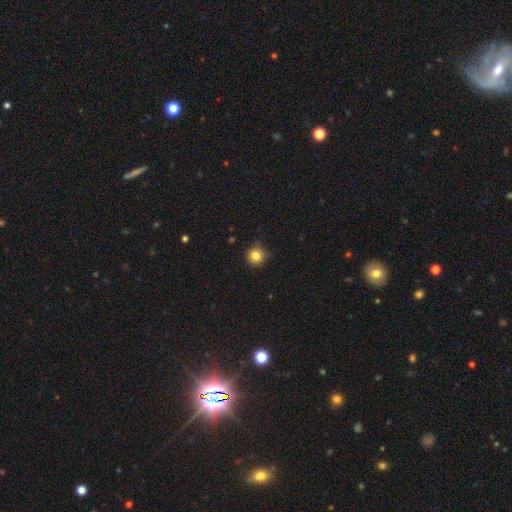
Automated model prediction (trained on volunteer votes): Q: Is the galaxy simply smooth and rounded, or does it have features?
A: smooth — 83%.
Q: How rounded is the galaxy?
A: round — 95%.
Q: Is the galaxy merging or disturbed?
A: none — 85%.